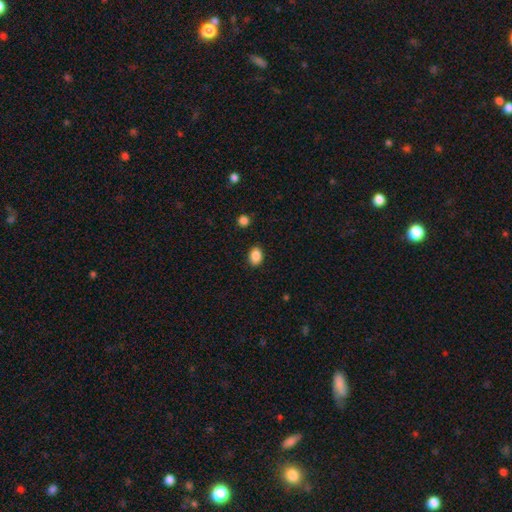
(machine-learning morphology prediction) type=smooth (88%); roundness=in between (75%); merging=none (88%).